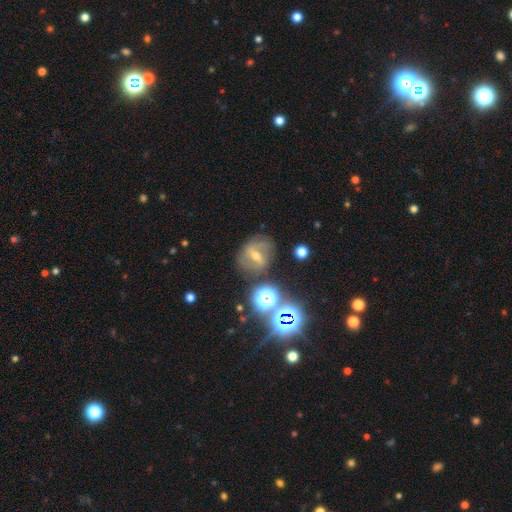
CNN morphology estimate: Smooth or featured?
  - featured or disk: 58% *
  - star or artifact: 25%
  - smooth: 17%
Edge-on disk?
  - no: 95% *
  - yes: 5%
Bar?
  - strong: 43% *
  - weak: 41%
  - no: 16%
Spiral arms?
  - yes: 80% *
  - no: 20%
Bulge size?
  - small: 49% *
  - moderate: 45%
  - none: 2%
  - large: 2%
  - dominant: 1%
Merging?
  - none: 75% *
  - minor disturbance: 14%
  - major disturbance: 7%
  - merger: 4%